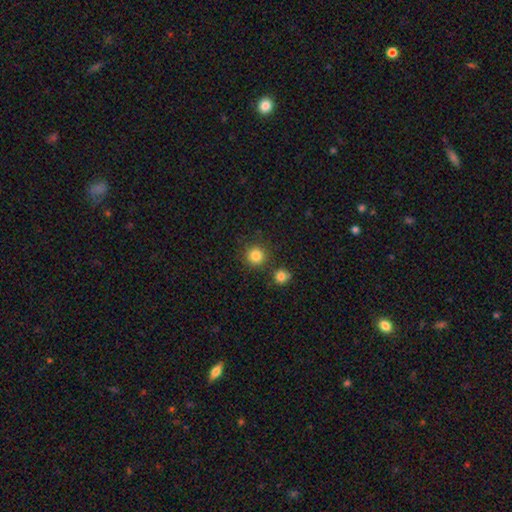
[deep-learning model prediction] Smooth or featured? smooth (84%)
How rounded? round (94%)
Merging? none (84%)